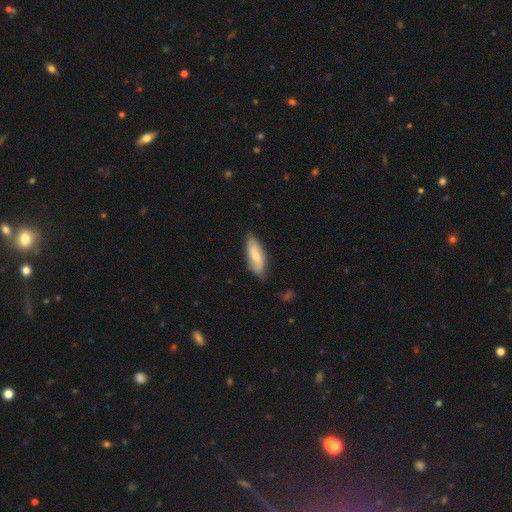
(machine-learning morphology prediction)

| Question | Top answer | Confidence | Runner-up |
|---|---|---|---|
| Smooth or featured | smooth | 55% | featured or disk (40%) |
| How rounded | in between | 67% | cigar-shaped (31%) |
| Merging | none | 76% | minor disturbance (19%) |